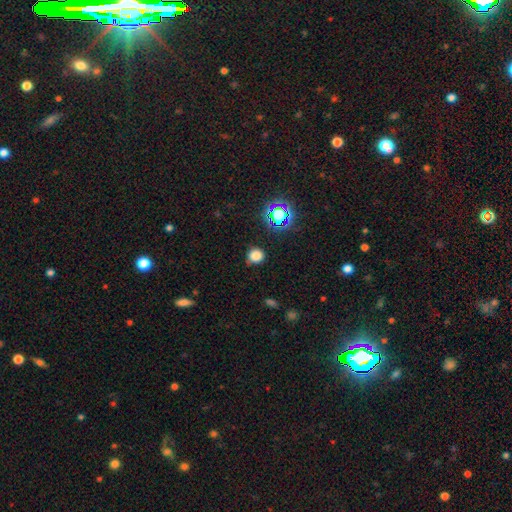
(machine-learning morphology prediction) smooth-or-featured: smooth: 77% | star or artifact: 18% | featured or disk: 5%
  how-rounded: round: 82% | in between: 17% | cigar-shaped: 1%
  merging: none: 79% | minor disturbance: 15% | major disturbance: 4% | merger: 2%